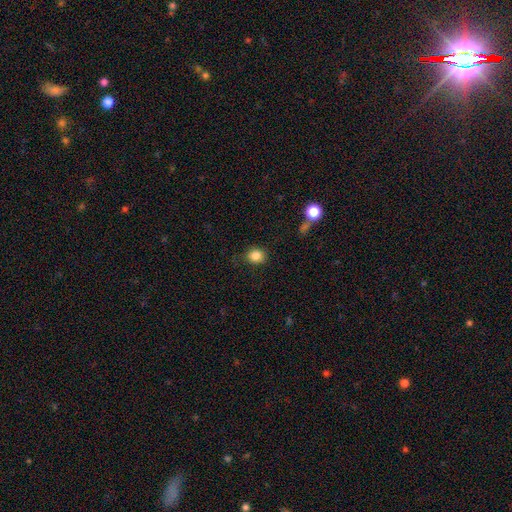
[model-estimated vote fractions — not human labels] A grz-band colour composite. It shows a smooth galaxy with no disk features (85%) that is round (69%). Merging: none (81%).